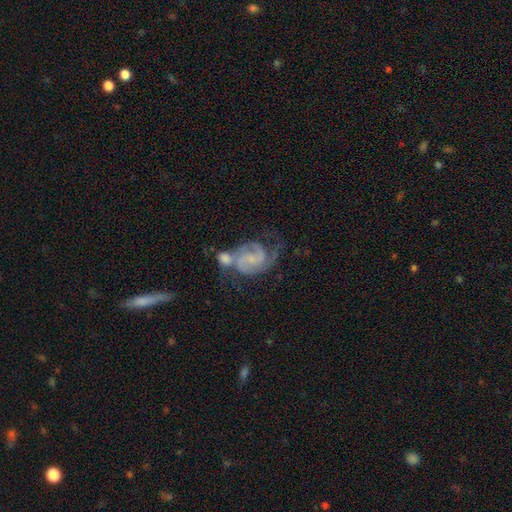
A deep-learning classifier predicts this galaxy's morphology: Smooth or featured? featured or disk (83%)
Edge-on disk? no (98%)
Bar? no (51%)
Spiral arms? yes (95%)
Spiral winding? medium (51%)
Spiral arm count? 2 (72%)
Bulge size? small (57%)
Merging? merger (43%)